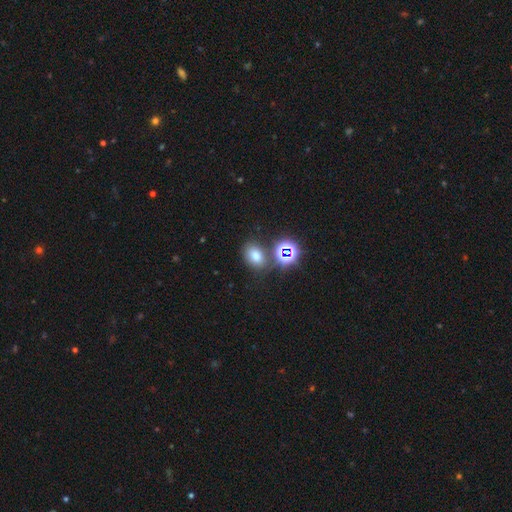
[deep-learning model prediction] A smooth galaxy with no disk features (66%) that is in between round and cigar-shaped (69%). Merging: none (72%).